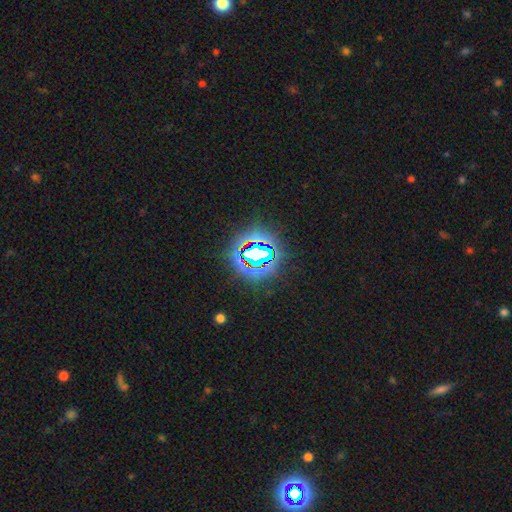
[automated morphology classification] This is likely a star or artifact rather than a galaxy (70%).